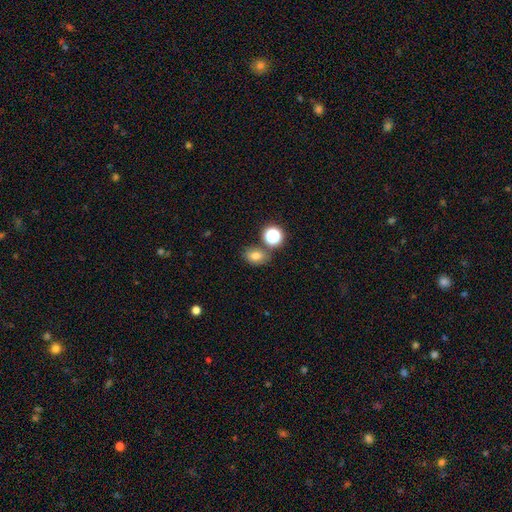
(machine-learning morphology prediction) smooth_or_featured: smooth (p=0.75) [alt: star or artifact p=0.16]
how_rounded: in between (p=0.64) [alt: round p=0.35]
merging: none (p=0.72) [alt: minor disturbance p=0.12]